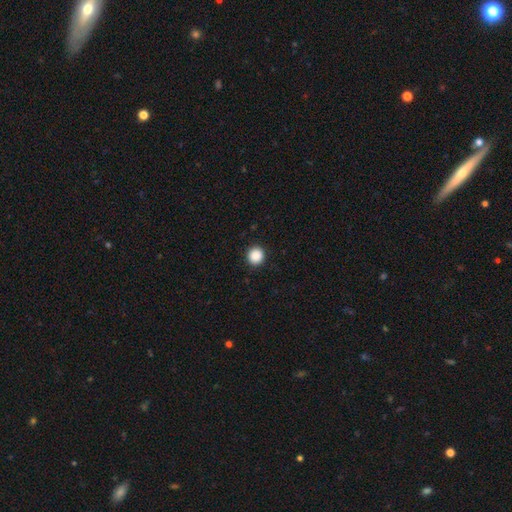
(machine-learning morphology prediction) Smooth or featured: smooth — 89% (star or artifact — 9%)
How rounded: round — 93% (in between — 6%)
Merging: none — 93% (minor disturbance — 5%)